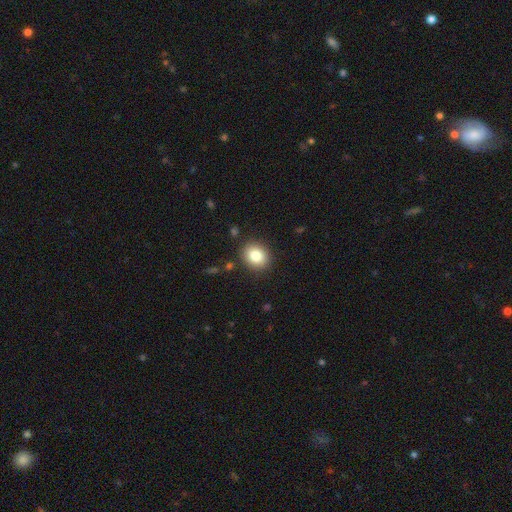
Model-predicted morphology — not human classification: Overall: smooth (84%). How rounded: round (64%; in between 35%). Merging: none (88%).